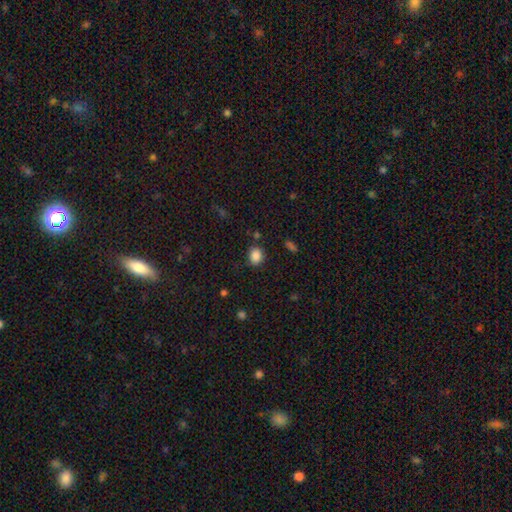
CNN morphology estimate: type=smooth (86%); roundness=round (63%); merging=none (80%).